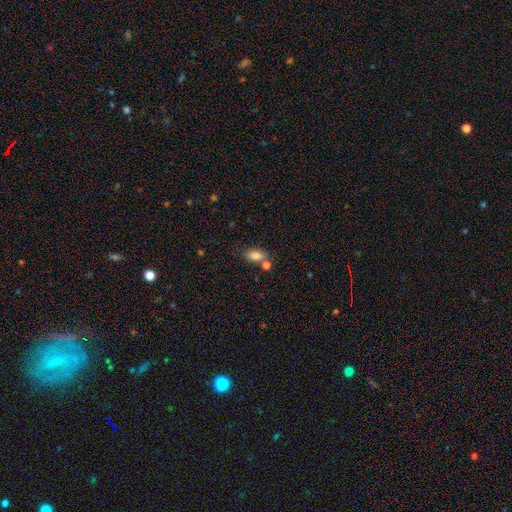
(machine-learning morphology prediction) A smooth galaxy with no disk features (83%) that is in between round and cigar-shaped (87%).

Vote fractions:
- Smooth or featured? smooth: 83% / star or artifact: 9% / featured or disk: 8%
- How rounded? in between: 87% / round: 8% / cigar-shaped: 5%
- Merging? none: 59% / merger: 23% / minor disturbance: 14% / major disturbance: 4%